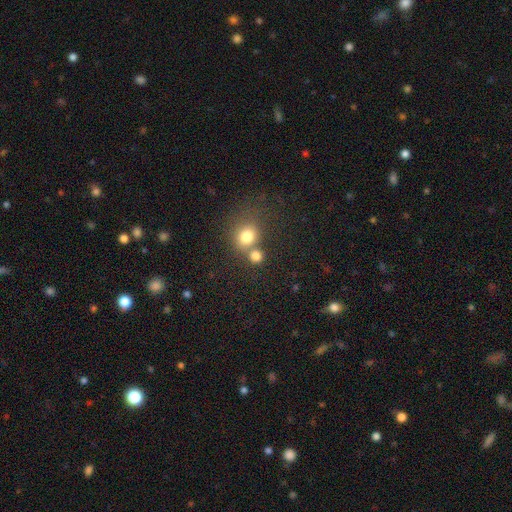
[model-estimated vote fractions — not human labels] smooth 78%, star or artifact 14%, featured or disk 8%. Down the decision tree: how rounded — round (80%); merging — none (50%).